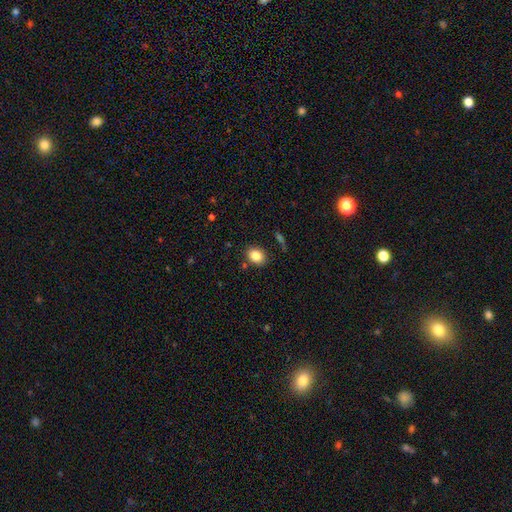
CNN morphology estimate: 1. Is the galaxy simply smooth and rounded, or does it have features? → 85% smooth, 9% star or artifact, 6% featured or disk.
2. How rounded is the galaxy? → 60% in between, 39% round, 1% cigar-shaped.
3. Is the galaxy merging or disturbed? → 83% none, 11% minor disturbance, 3% major disturbance, 3% merger.